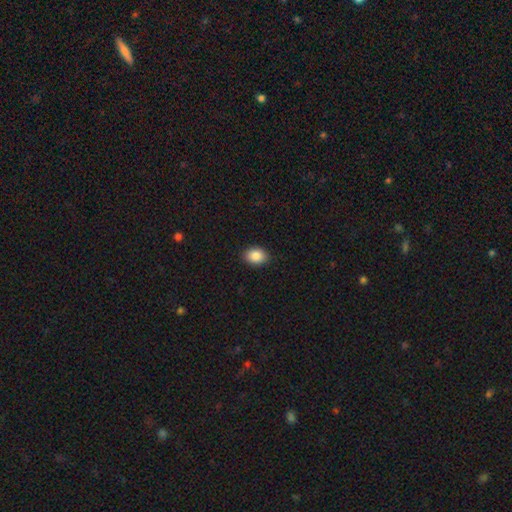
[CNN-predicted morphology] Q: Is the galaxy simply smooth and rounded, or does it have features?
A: smooth — 88%.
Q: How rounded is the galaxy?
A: in between — 71%.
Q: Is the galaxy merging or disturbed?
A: none — 89%.